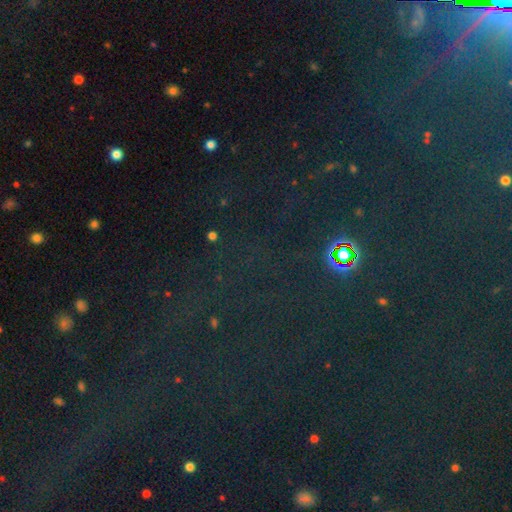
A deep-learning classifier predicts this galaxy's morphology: A star or artifact, not a galaxy (80%).